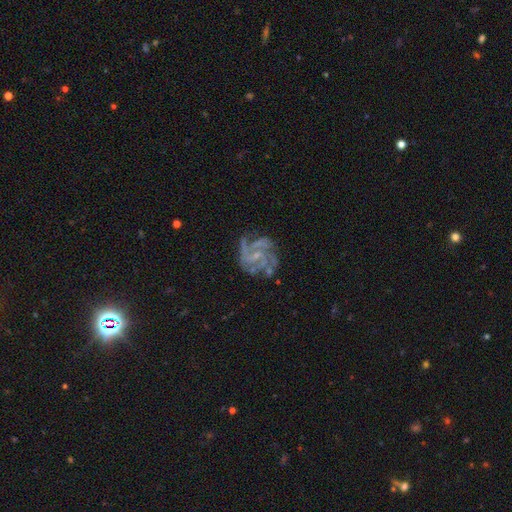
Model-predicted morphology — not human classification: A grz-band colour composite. It shows a featured or disk galaxy (86%) with no bar (57%), 3 (31%) medium (46%) spiral arms (96%) and a small central bulge (72%). Merging: none (65%).